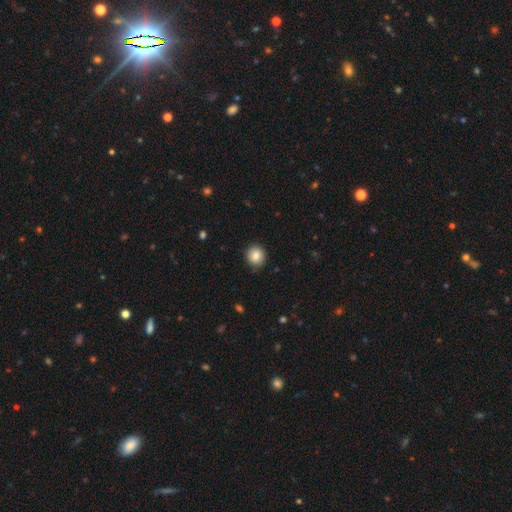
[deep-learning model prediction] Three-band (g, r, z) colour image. It shows a smooth galaxy with no disk features (84%) that is round (91%). Merging: none (89%).